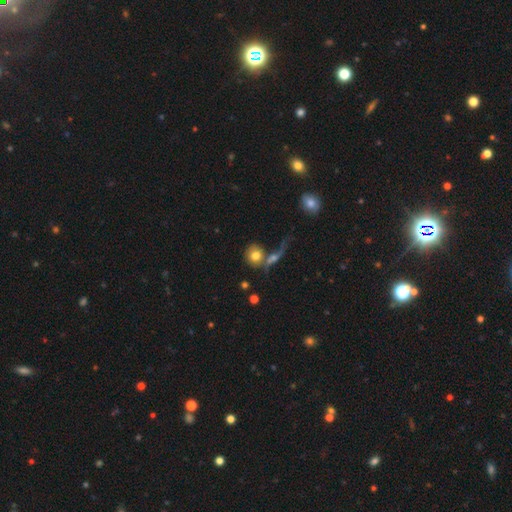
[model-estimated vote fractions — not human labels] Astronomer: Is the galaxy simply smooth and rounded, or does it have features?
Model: smooth — 75%.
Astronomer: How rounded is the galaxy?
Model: round — 79%.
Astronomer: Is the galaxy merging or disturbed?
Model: none — 42% (runner-up: merger, 36%).